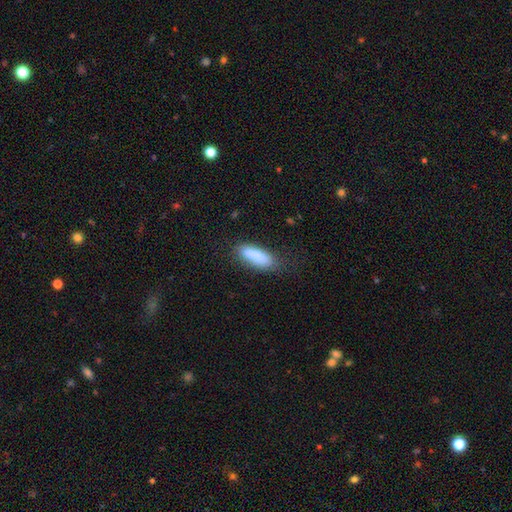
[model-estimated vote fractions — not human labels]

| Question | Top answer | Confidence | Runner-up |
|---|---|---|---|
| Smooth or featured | smooth | 81% | featured or disk (11%) |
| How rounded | in between | 58% | cigar-shaped (40%) |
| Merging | none | 64% | minor disturbance (22%) |